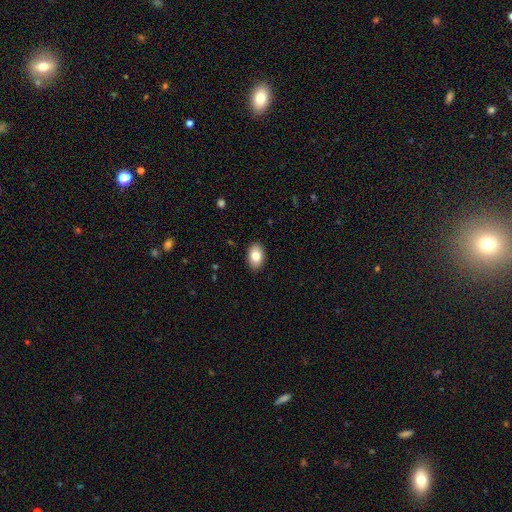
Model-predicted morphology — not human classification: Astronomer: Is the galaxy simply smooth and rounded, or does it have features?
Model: smooth — 83%.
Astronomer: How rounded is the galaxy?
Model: in between — 87%.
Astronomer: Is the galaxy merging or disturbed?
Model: none — 89%.